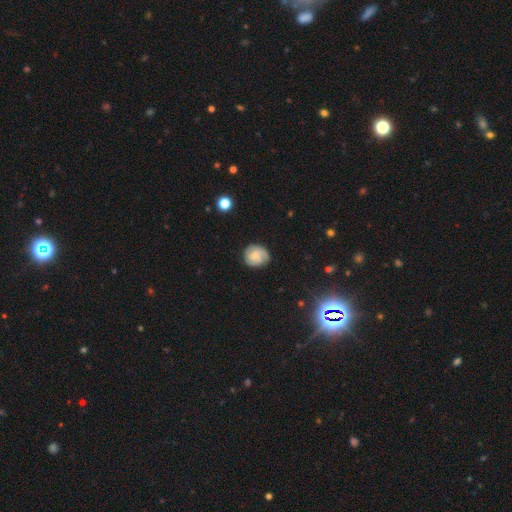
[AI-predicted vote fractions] Overall: smooth (53%; featured or disk 39%). How rounded: round (80%). Merging: none (74%).